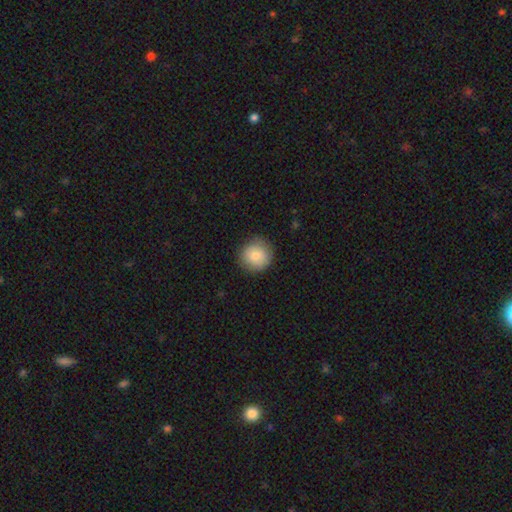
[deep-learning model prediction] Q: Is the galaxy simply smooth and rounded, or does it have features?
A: smooth — 84%.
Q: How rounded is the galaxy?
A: round — 93%.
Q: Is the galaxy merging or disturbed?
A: none — 86%.